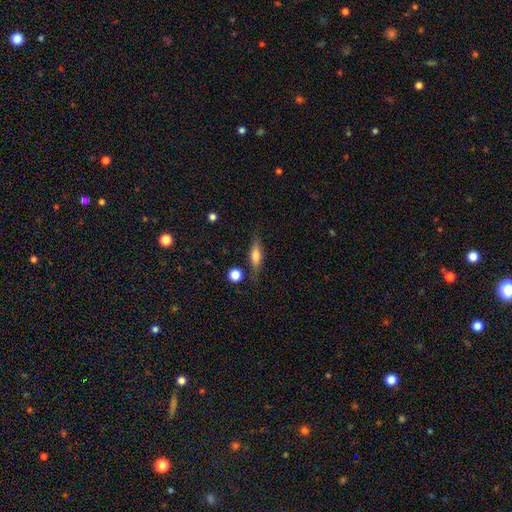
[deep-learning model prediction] This is possibly a smooth galaxy (58%). How rounded: possibly cigar-shaped (51%). Merging: likely none (74%).